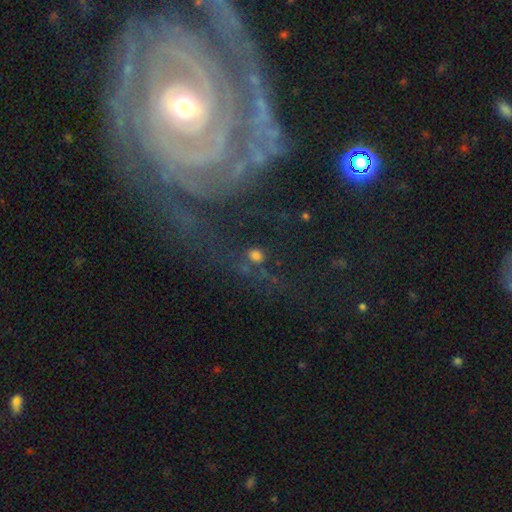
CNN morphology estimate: Smooth or featured: smooth — 57% (star or artifact — 32%)
How rounded: round — 70% (in between — 27%)
Merging: none — 62% (minor disturbance — 14%)